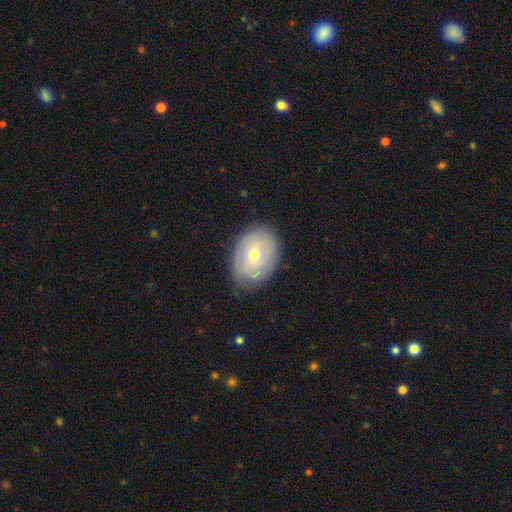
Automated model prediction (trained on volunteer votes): smooth 50%, featured or disk 34%, star or artifact 16%. Down the decision tree: how rounded — in between (68%); merging — none (86%).